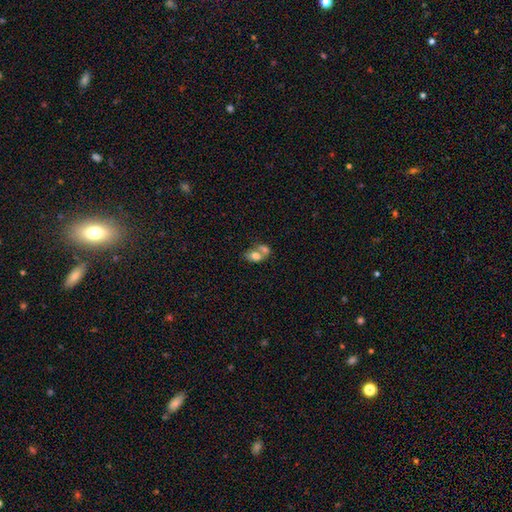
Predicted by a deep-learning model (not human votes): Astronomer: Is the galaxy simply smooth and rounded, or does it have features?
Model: smooth — 69%.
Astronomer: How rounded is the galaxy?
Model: in between — 80%.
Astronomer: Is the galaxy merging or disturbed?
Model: merger — 67%.